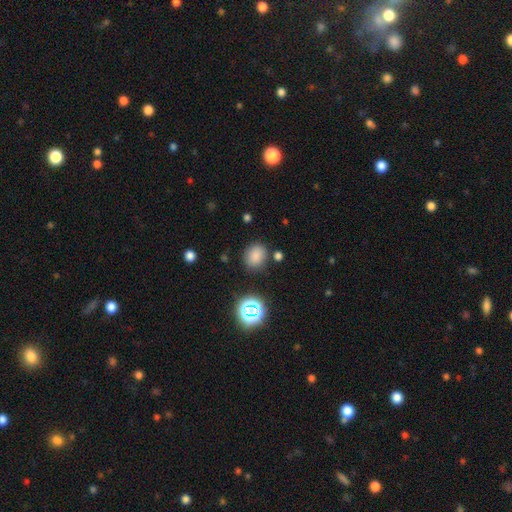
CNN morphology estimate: Overall: smooth (79%). How rounded: round (61%; in between 38%). Merging: none (80%).